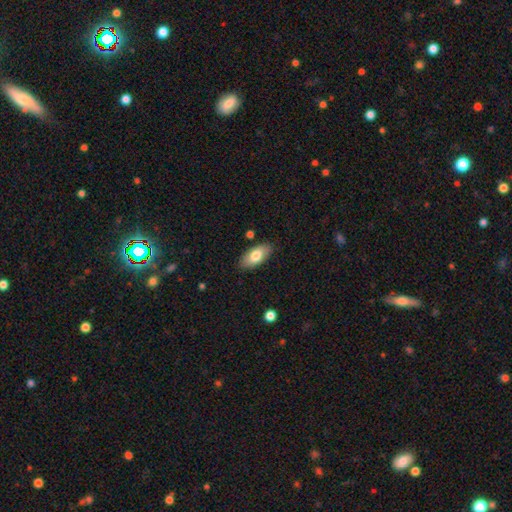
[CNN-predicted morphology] Q: Smooth or featured?
A: smooth (76%); runner-up: featured or disk (18%)
Q: How rounded?
A: in between (92%); runner-up: cigar-shaped (5%)
Q: Merging?
A: none (86%); runner-up: minor disturbance (10%)